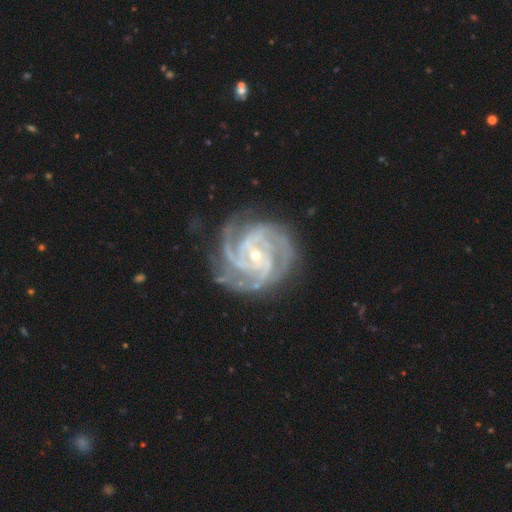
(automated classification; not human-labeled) The model was most divided on "spiral arm count": 3: 39%, 4: 29%, 2: 10%, can't tell: 9%, more than 4: 7%, 1: 6%. More confident: spiral arms — yes (99%); edge-on disk — no (98%); smooth or featured — featured or disk (93%); merging — none (76%); bulge size — small (74%); spiral winding — tight (64%); bar — no (56%).